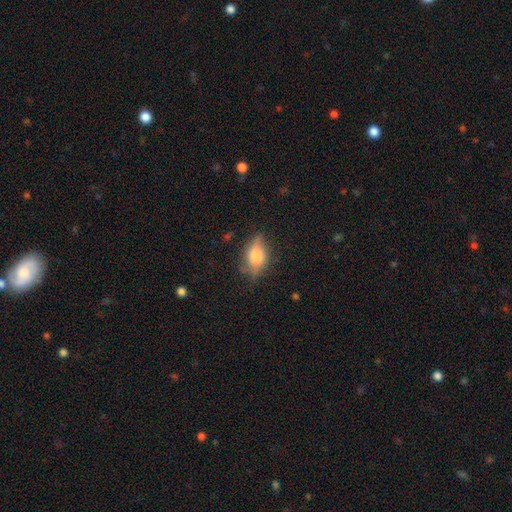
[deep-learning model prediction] Smooth or featured? smooth (64%)
How rounded? in between (84%)
Merging? none (60%)